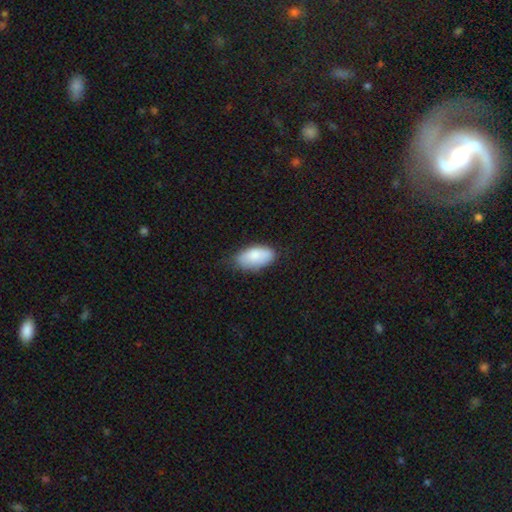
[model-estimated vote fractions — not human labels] The model was most divided on "merging": none: 70%, minor disturbance: 24%, major disturbance: 4%, merger: 1%. More confident: how rounded — in between (94%); smooth or featured — smooth (84%).